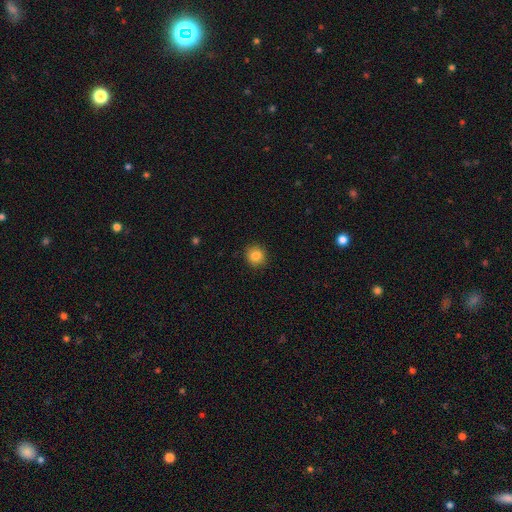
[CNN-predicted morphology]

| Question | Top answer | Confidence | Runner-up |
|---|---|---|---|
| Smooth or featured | smooth | 84% | star or artifact (11%) |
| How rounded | round | 90% | in between (9%) |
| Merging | none | 91% | minor disturbance (6%) |